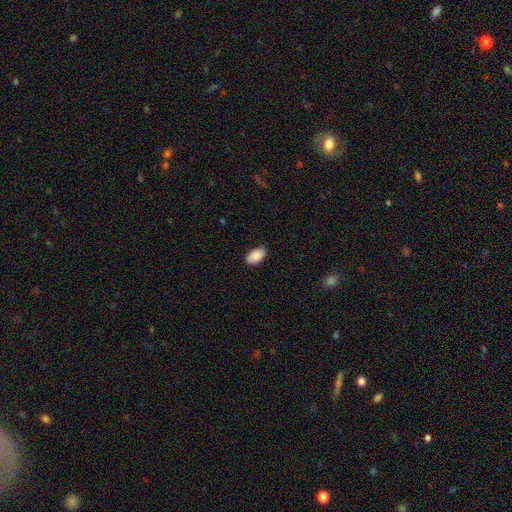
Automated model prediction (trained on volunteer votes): Overall: smooth (90%). How rounded: in between (95%). Merging: none (88%).